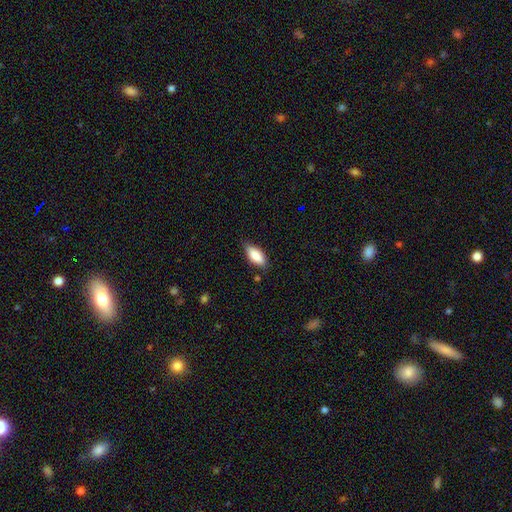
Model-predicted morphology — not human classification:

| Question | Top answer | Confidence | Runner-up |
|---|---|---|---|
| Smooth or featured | smooth | 85% | featured or disk (9%) |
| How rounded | in between | 82% | cigar-shaped (16%) |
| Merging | none | 78% | minor disturbance (18%) |